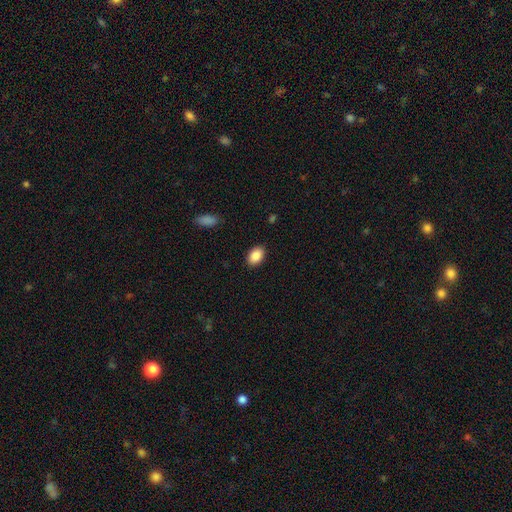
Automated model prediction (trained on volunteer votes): Q: Smooth or featured?
A: smooth (88%); runner-up: star or artifact (7%)
Q: How rounded?
A: in between (84%); runner-up: round (15%)
Q: Merging?
A: none (88%); runner-up: minor disturbance (8%)